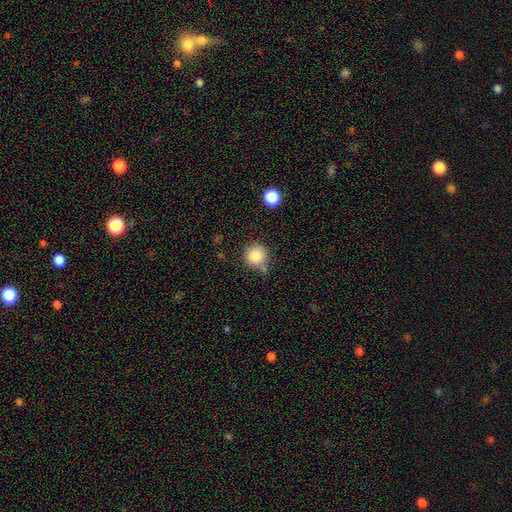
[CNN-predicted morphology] This is clearly a smooth galaxy (84%). How rounded: clearly round (92%). Merging: likely none (64%).